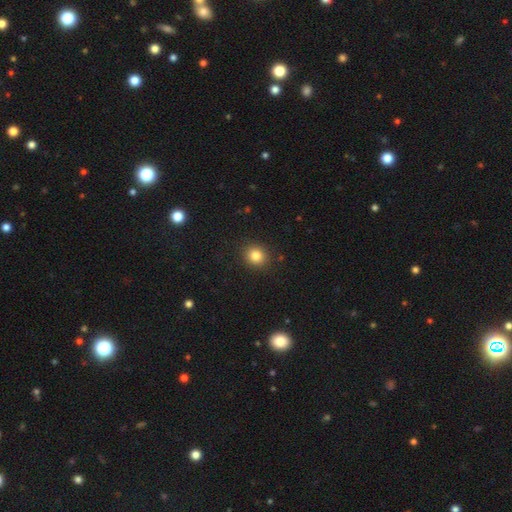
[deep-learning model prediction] The model was most divided on "how rounded": round: 83%, in between: 16%, cigar-shaped: 1%. More confident: merging — none (90%); smooth or featured — smooth (83%).